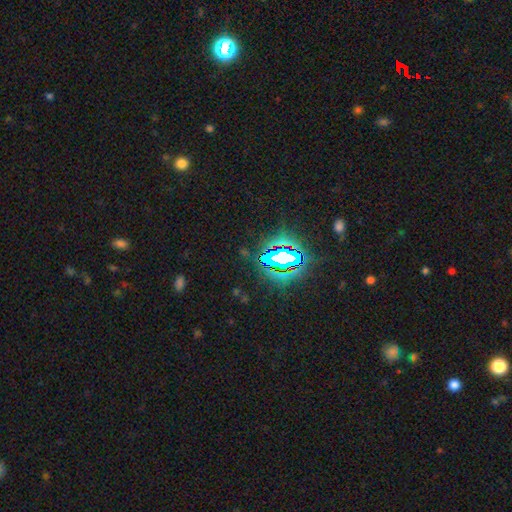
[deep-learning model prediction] Morphology: type=star or artifact (80%).